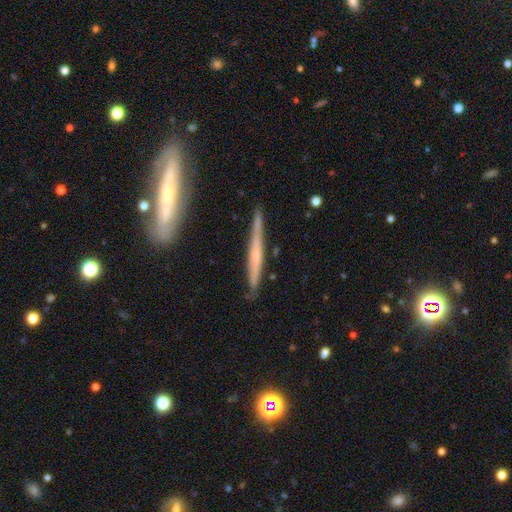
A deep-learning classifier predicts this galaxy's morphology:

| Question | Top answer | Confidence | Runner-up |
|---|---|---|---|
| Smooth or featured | featured or disk | 57% | smooth (37%) |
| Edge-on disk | yes | 95% | no (5%) |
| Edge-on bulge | none | 60% | rounded (28%) |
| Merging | none | 82% | minor disturbance (13%) |